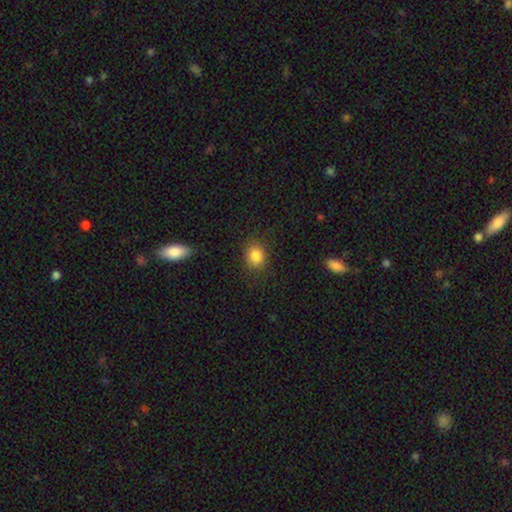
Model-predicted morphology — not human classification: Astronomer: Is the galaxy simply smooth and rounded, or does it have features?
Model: smooth — 84%.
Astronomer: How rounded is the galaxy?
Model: round — 63%.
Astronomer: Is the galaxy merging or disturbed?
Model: none — 85%.